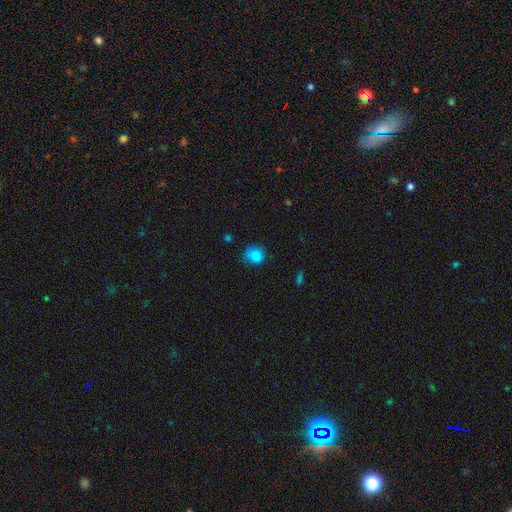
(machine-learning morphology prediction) smooth-or-featured: smooth: 85% | star or artifact: 10% | featured or disk: 4%
  how-rounded: round: 72% | in between: 27% | cigar-shaped: 1%
  merging: none: 66% | minor disturbance: 26% | major disturbance: 6% | merger: 2%